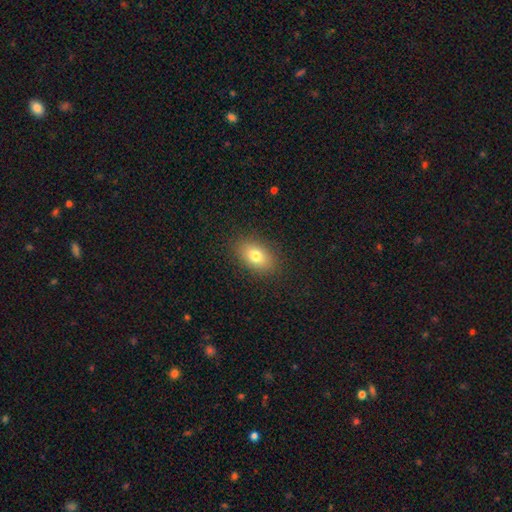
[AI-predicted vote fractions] smooth 78%, featured or disk 12%, star or artifact 10%. Down the decision tree: how rounded — in between (86%); merging — none (88%).